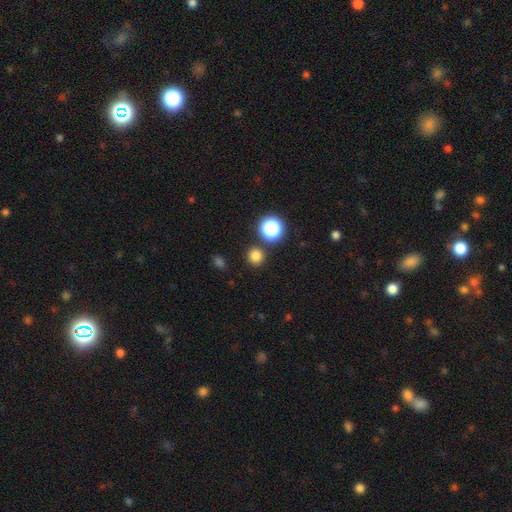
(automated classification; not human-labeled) Smooth or featured? smooth (77%)
How rounded? round (93%)
Merging? none (86%)